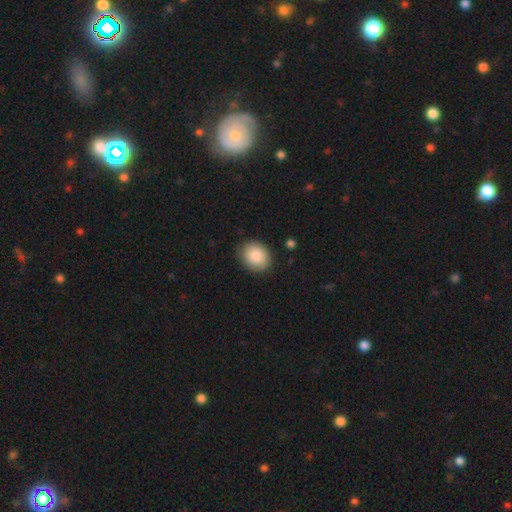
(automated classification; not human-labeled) The model was most divided on "how rounded": round: 53%, in between: 46%, cigar-shaped: 1%. More confident: smooth or featured — smooth (86%); merging — none (85%).